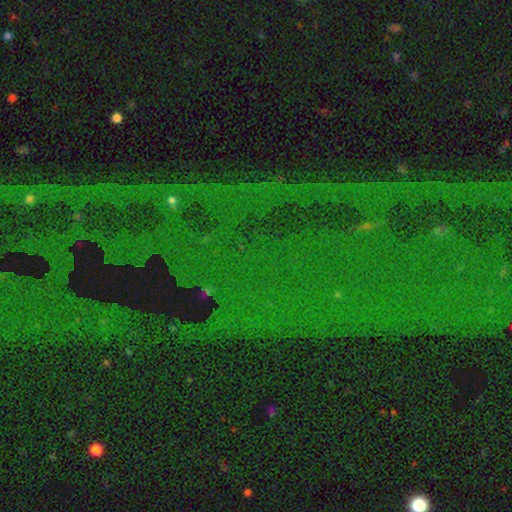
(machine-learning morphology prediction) Smooth or featured? Predicted: star or artifact (p=0.84).